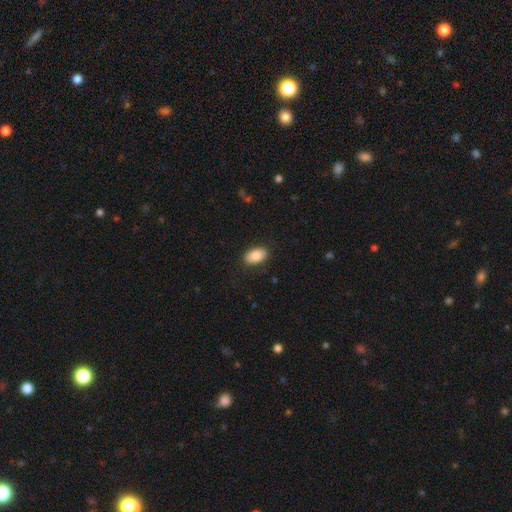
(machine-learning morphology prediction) smooth 84%, featured or disk 9%, star or artifact 7%. Down the decision tree: how rounded — in between (92%); merging — none (86%).